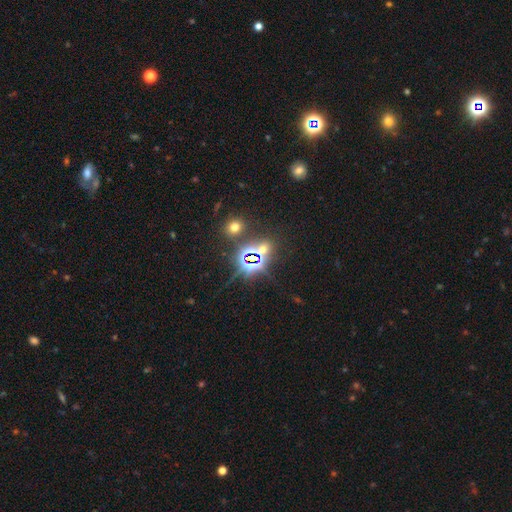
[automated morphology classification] The model was most divided on "smooth or featured": star or artifact: 74%, smooth: 17%, featured or disk: 8%.